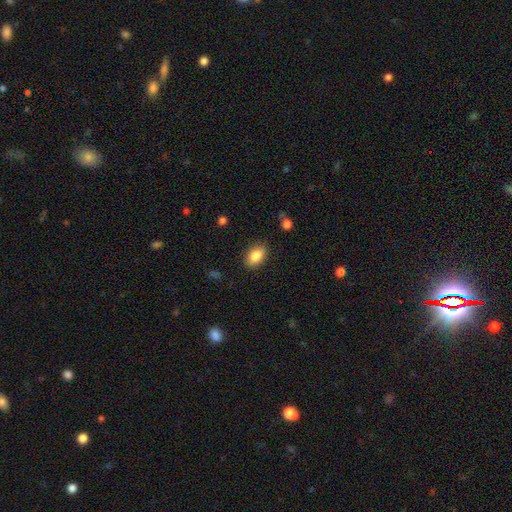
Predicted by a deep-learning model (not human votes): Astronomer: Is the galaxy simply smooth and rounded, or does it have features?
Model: smooth — 86%.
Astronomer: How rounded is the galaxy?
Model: in between — 90%.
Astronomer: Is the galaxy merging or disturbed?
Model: none — 87%.